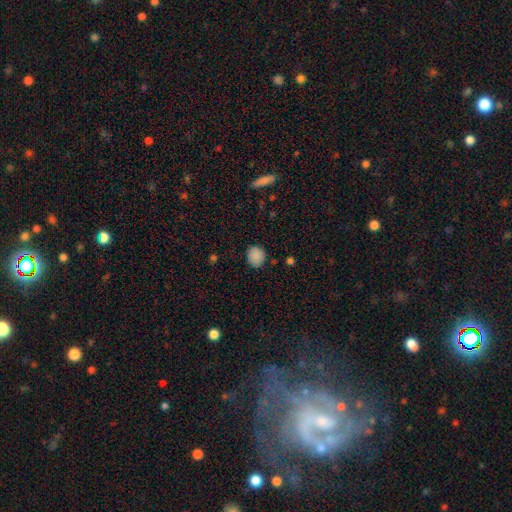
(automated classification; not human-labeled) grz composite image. It shows a smooth galaxy with no disk features (87%) that is round (72%). Merging: none (84%).